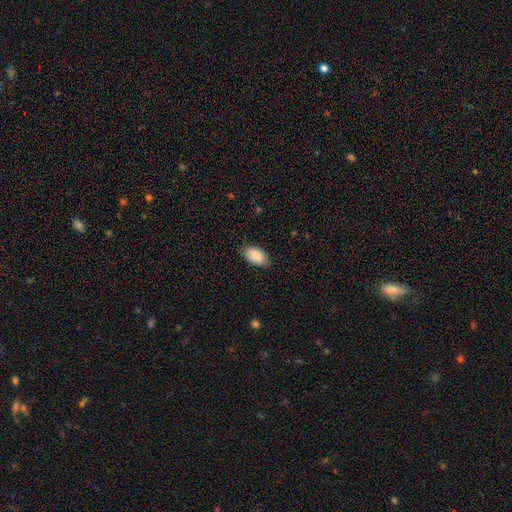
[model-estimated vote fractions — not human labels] smooth 89%, star or artifact 6%, featured or disk 5%. Down the decision tree: how rounded — in between (95%); merging — none (82%).